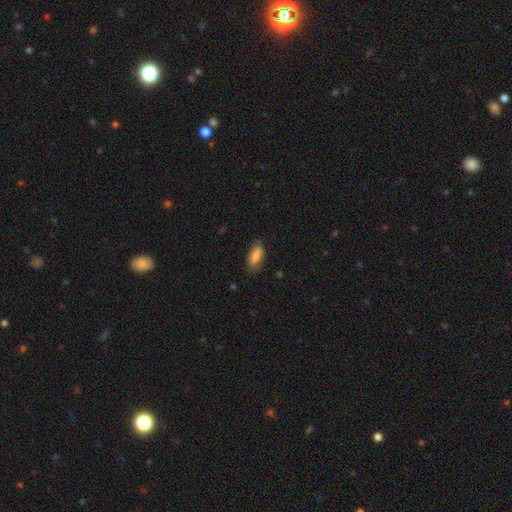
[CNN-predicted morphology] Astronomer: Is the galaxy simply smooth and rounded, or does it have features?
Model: smooth — 76%.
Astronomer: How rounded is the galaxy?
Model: in between — 81%.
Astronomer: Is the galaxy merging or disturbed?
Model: none — 77%.